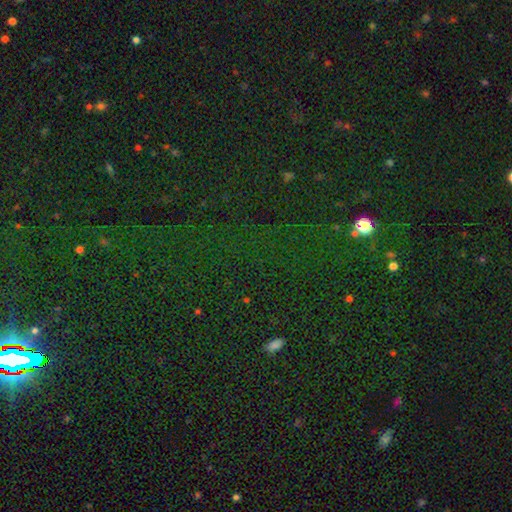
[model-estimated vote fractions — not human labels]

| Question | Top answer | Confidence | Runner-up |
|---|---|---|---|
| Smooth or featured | star or artifact | 79% | smooth (14%) |